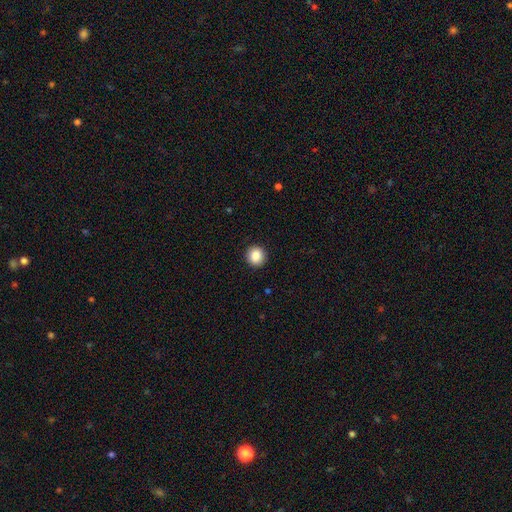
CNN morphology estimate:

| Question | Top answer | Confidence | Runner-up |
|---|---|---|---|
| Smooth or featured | smooth | 87% | star or artifact (9%) |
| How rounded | round | 91% | in between (8%) |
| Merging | none | 92% | minor disturbance (5%) |